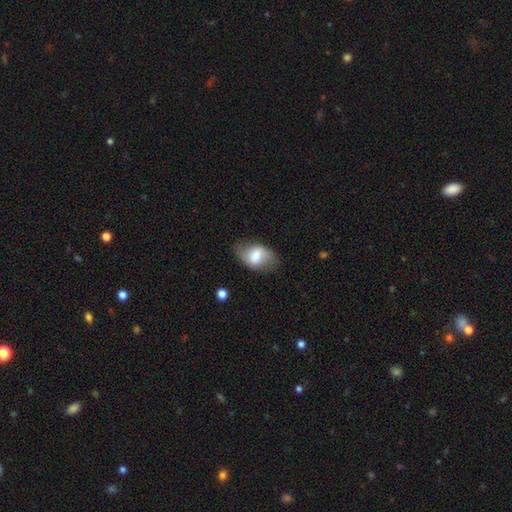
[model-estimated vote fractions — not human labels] smooth_or_featured: smooth (p=0.58) [alt: featured or disk p=0.35]
how_rounded: in between (p=0.87) [alt: round p=0.11]
merging: none (p=0.70) [alt: minor disturbance p=0.22]